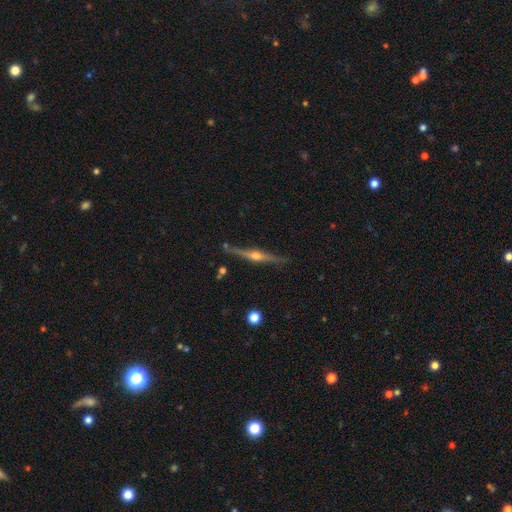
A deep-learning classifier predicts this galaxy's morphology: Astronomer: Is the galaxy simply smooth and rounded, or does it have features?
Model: featured or disk — 83%.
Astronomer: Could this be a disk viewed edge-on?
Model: yes — 98%.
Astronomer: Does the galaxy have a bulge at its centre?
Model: rounded — 94%.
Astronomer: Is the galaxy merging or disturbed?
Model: none — 87%.